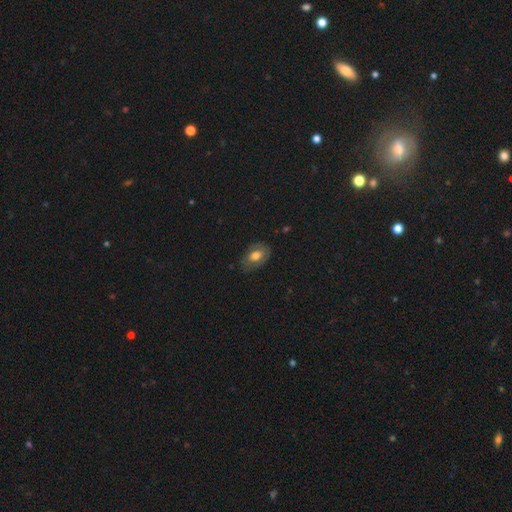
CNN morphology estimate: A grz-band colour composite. It shows a smooth galaxy with no disk features (61%) that is in between round and cigar-shaped (86%). Merging: none (72%).